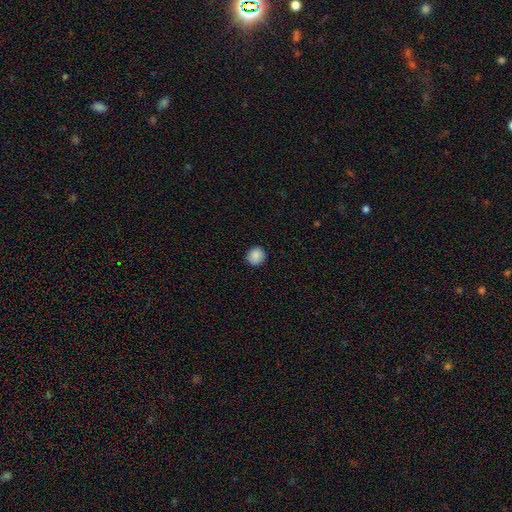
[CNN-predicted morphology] Smooth or featured: smooth — 87% (star or artifact — 9%)
How rounded: round — 86% (in between — 13%)
Merging: none — 89% (minor disturbance — 8%)